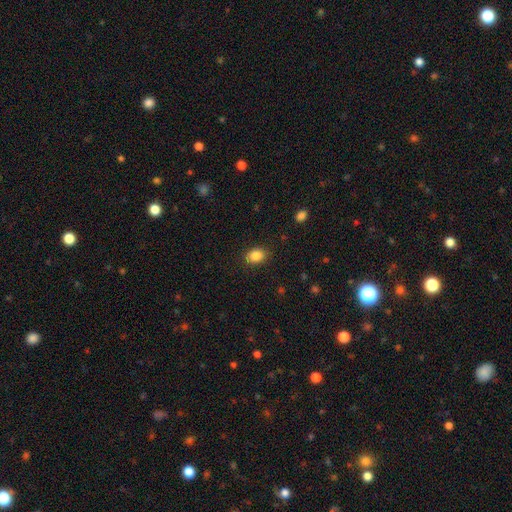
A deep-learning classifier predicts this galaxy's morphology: smooth_or_featured: smooth (p=0.86) [alt: star or artifact p=0.09]
how_rounded: in between (p=0.67) [alt: round p=0.32]
merging: none (p=0.86) [alt: minor disturbance p=0.10]